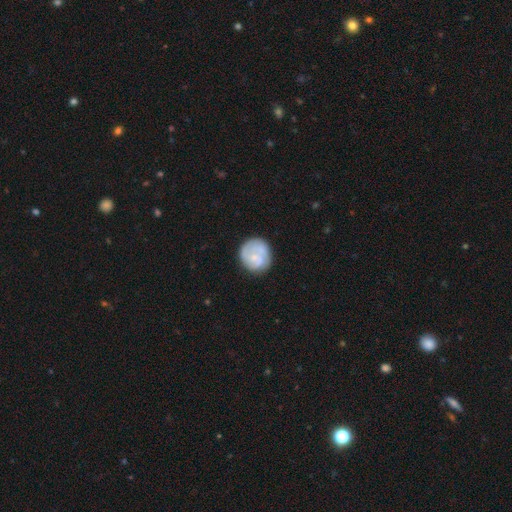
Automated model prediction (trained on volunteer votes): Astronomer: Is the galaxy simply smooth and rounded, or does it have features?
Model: featured or disk — 49% (runner-up: smooth, 44%).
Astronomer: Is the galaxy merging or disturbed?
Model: none — 73%.